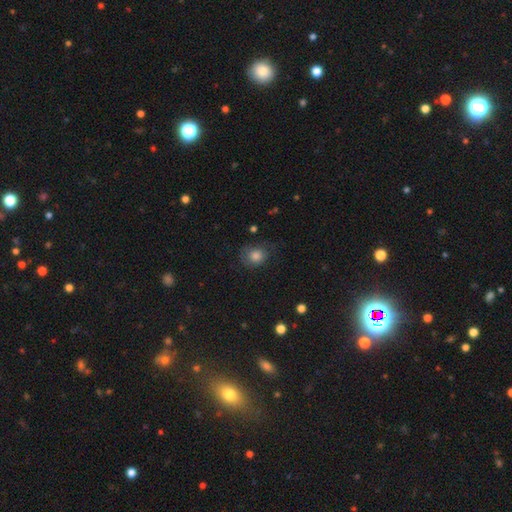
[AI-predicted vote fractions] Smooth or featured: smooth — 73% (featured or disk — 15%)
How rounded: round — 70% (in between — 29%)
Merging: none — 63% (minor disturbance — 23%)